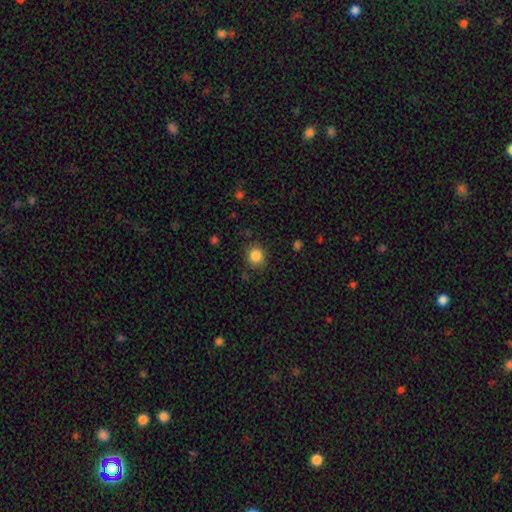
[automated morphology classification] This is clearly a smooth galaxy (85%). How rounded: clearly round (86%). Merging: clearly none (86%).